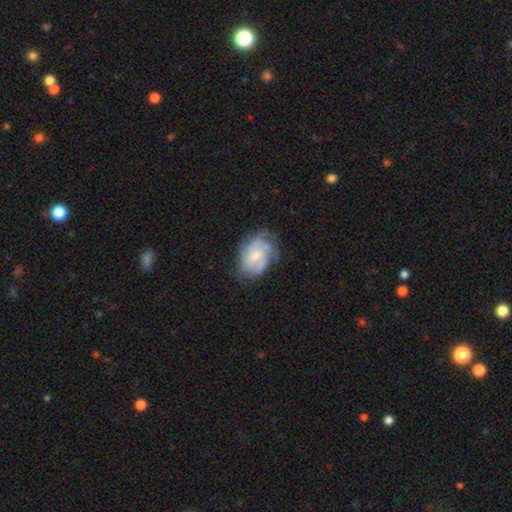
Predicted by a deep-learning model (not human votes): A featured or disk galaxy (67%) with a weak bar (47%), tight (43%) spiral arms (81%) and a small central bulge (53%).

Vote fractions:
- Smooth or featured? featured or disk: 67% / smooth: 26% / star or artifact: 7%
- Edge-on disk? no: 97% / yes: 3%
- Bar? weak: 47% / no: 44% / strong: 9%
- Spiral arms? yes: 81% / no: 19%
- Spiral winding? tight: 43% / medium: 41% / loose: 16%
- Spiral arm count? can't tell: 39% / 2: 28% / 3: 19% / 4: 6% / 1: 4% / more than 4: 3%
- Bulge size? small: 53% / moderate: 35% / none: 9% / large: 3% / dominant: 1%
- Merging? none: 57% / minor disturbance: 27% / major disturbance: 14% / merger: 2%